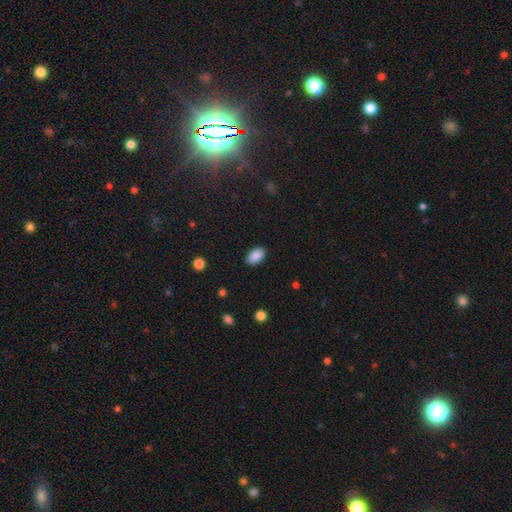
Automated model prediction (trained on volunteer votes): The model was most divided on "merging": none: 88%, minor disturbance: 9%, major disturbance: 2%, merger: 1%. More confident: how rounded — in between (94%); smooth or featured — smooth (89%).